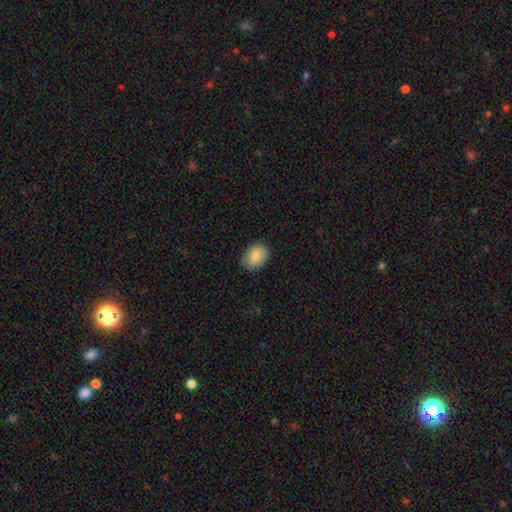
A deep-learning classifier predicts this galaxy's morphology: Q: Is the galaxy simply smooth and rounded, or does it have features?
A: smooth — 83%.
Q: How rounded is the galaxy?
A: in between — 69%.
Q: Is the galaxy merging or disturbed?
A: none — 86%.